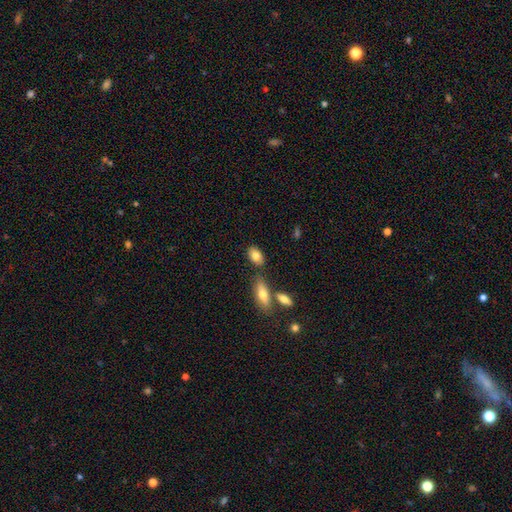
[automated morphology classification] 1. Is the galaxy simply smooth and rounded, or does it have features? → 80% smooth, 13% featured or disk, 7% star or artifact.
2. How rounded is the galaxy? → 89% in between, 8% round, 3% cigar-shaped.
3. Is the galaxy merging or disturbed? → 72% none, 13% minor disturbance, 12% merger, 3% major disturbance.